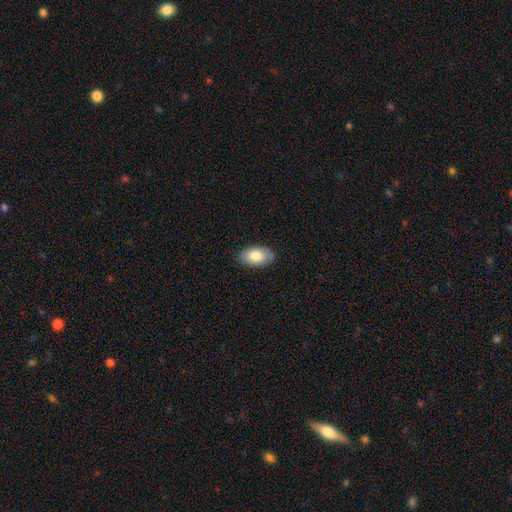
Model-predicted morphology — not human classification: A smooth galaxy with no disk features (81%) that is in between round and cigar-shaped (95%). Merging: none (86%).